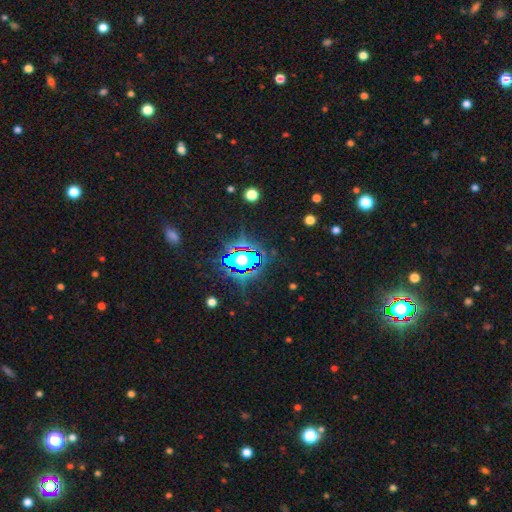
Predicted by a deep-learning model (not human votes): A star or artifact, not a galaxy (79%).

Vote fractions:
- Smooth or featured? star or artifact: 79% / smooth: 12% / featured or disk: 9%